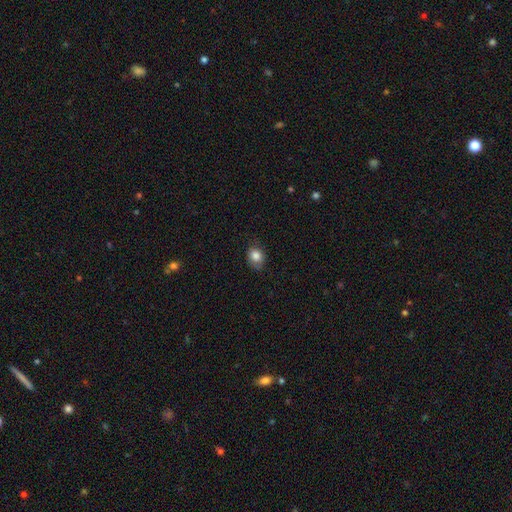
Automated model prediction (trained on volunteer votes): A smooth galaxy with no disk features (83%) that is in between round and cigar-shaped (54%). Merging: none (75%).